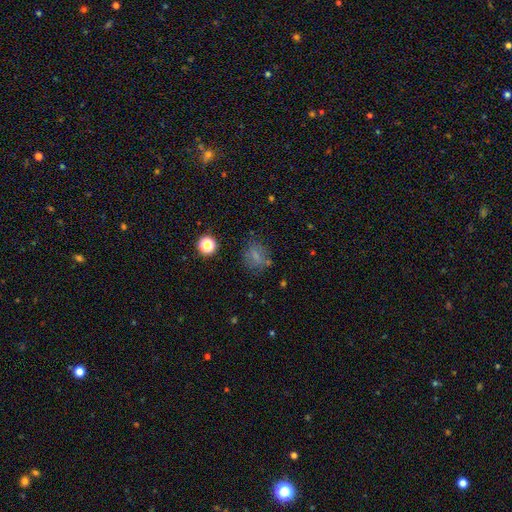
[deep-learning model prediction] Smooth or featured?
  - smooth: 64% *
  - star or artifact: 19%
  - featured or disk: 17%
How rounded?
  - round: 61% *
  - in between: 37%
  - cigar-shaped: 2%
Merging?
  - none: 69% *
  - minor disturbance: 17%
  - major disturbance: 9%
  - merger: 4%